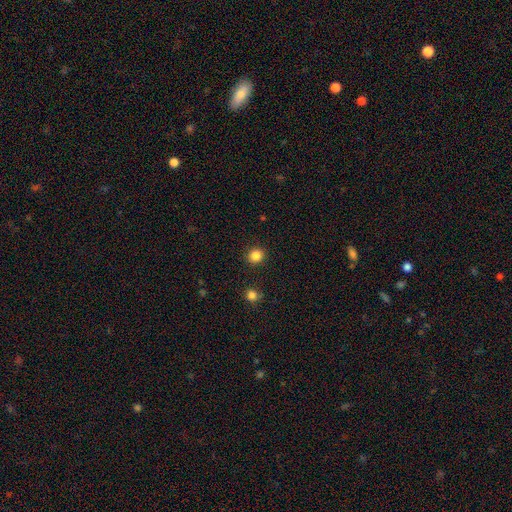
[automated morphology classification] Smooth or featured: smooth — 85% (star or artifact — 11%)
How rounded: round — 88% (in between — 11%)
Merging: none — 91% (minor disturbance — 6%)